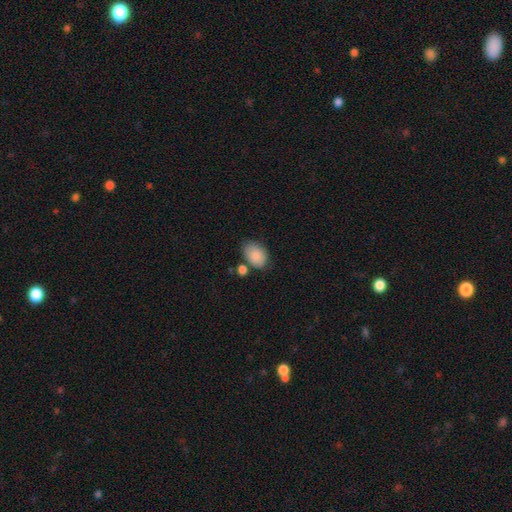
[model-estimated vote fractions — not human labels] Overall: smooth (87%). How rounded: in between (84%). Merging: none (62%).